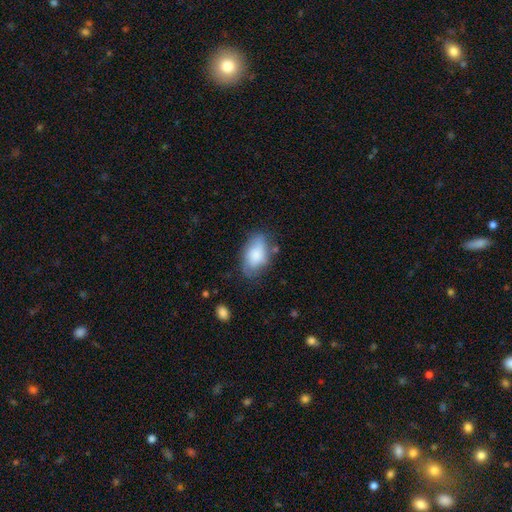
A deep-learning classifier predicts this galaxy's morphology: Q: Smooth or featured?
A: smooth (78%); runner-up: featured or disk (15%)
Q: How rounded?
A: in between (92%); runner-up: round (6%)
Q: Merging?
A: none (61%); runner-up: minor disturbance (27%)